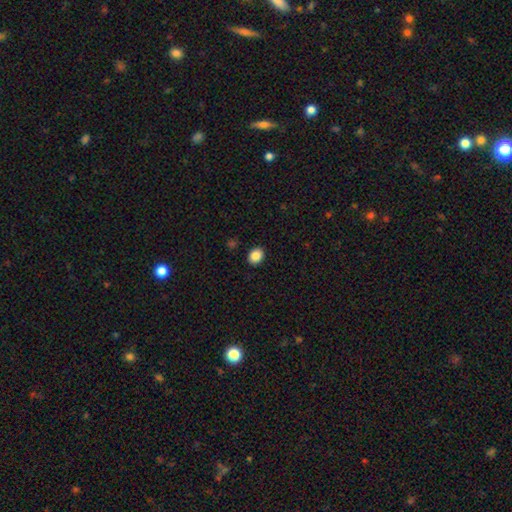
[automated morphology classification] A smooth galaxy with no disk features (87%) that is round (51%).

Vote fractions:
- Smooth or featured? smooth: 87% / star or artifact: 9% / featured or disk: 4%
- How rounded? round: 51% / in between: 48% / cigar-shaped: 1%
- Merging? none: 91% / minor disturbance: 6% / major disturbance: 2% / merger: 1%